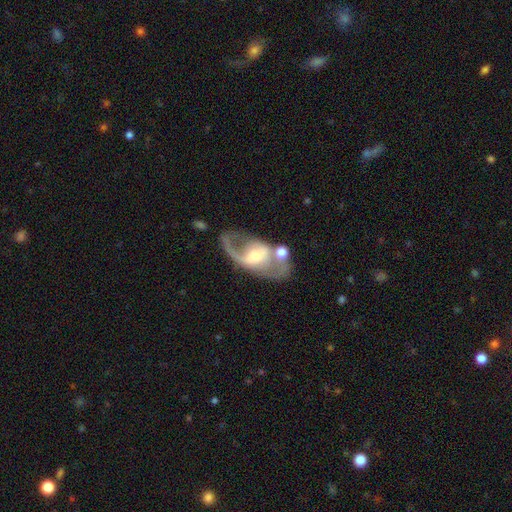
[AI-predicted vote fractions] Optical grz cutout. It shows a featured or disk galaxy (78%) with a weak bar (42%), 2 (68%) loose (50%) spiral arms (81%) and a moderate central bulge (48%). Merging: none (44%).